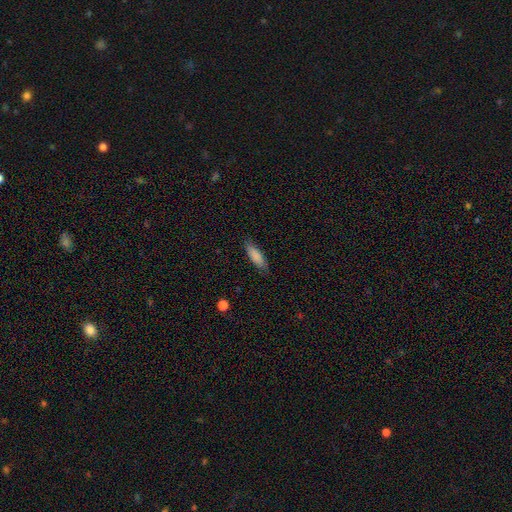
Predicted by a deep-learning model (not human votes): smooth_or_featured: smooth (p=0.85) [alt: featured or disk p=0.09]
how_rounded: in between (p=0.54) [alt: cigar-shaped p=0.44]
merging: none (p=0.82) [alt: minor disturbance p=0.14]